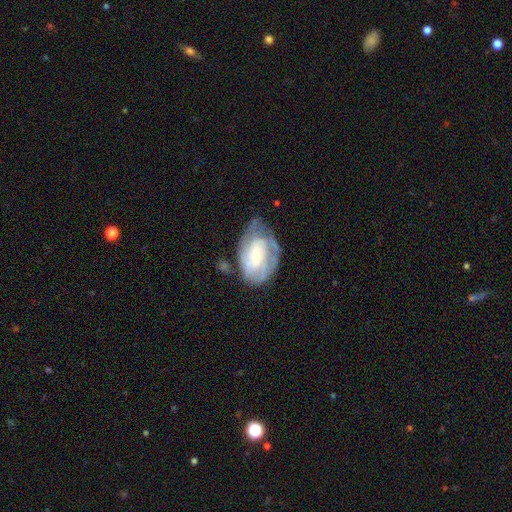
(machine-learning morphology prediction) The model was most divided on "spiral arm count": can't tell: 38%, 2: 32%, 3: 15%, 1: 7%, 4: 4%, more than 4: 3%. More confident: edge-on disk — no (96%); spiral arms — yes (86%); smooth or featured — featured or disk (74%); bulge size — small (63%); bar — no (59%); spiral winding — tight (58%); merging — none (52%).